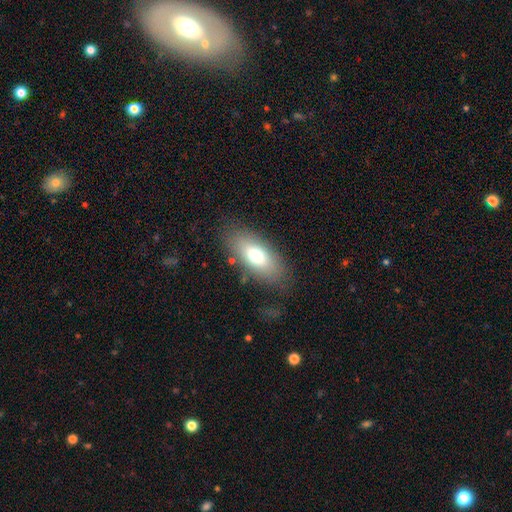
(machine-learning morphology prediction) The model was most divided on "smooth or featured": smooth: 73%, featured or disk: 19%, star or artifact: 8%. More confident: how rounded — in between (85%); merging — none (78%).